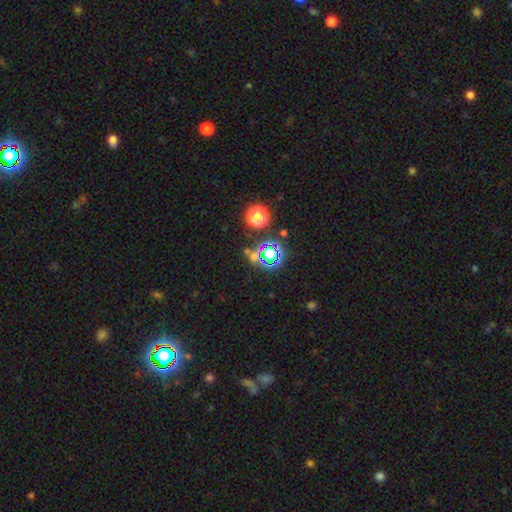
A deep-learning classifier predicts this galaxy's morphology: type=star or artifact (70%).